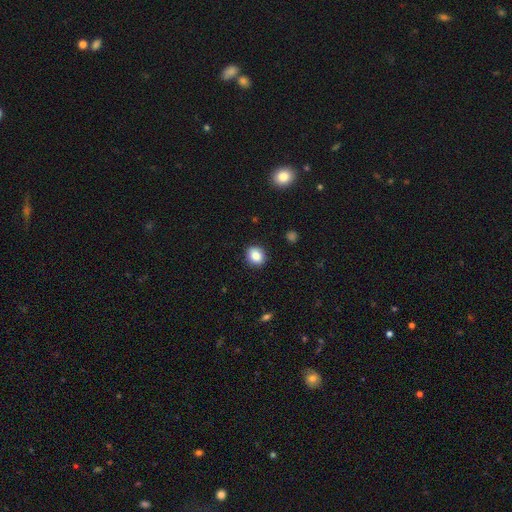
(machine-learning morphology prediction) The model was most divided on "how rounded": round: 63%, in between: 36%, cigar-shaped: 1%. More confident: merging — none (90%); smooth or featured — smooth (87%).